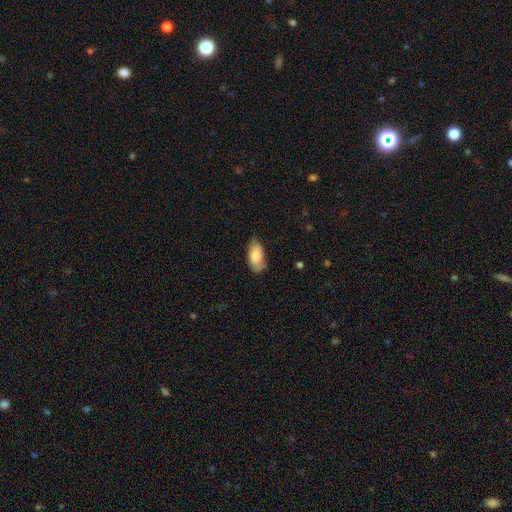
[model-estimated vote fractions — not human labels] Q: Smooth or featured?
A: smooth (84%); runner-up: featured or disk (10%)
Q: How rounded?
A: in between (92%); runner-up: cigar-shaped (6%)
Q: Merging?
A: none (67%); runner-up: minor disturbance (26%)